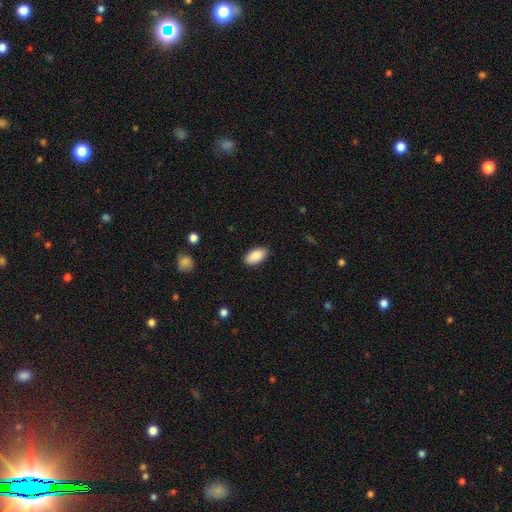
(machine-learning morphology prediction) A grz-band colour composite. It shows a smooth galaxy with no disk features (88%) that is in between round and cigar-shaped (94%). Merging: none (87%).